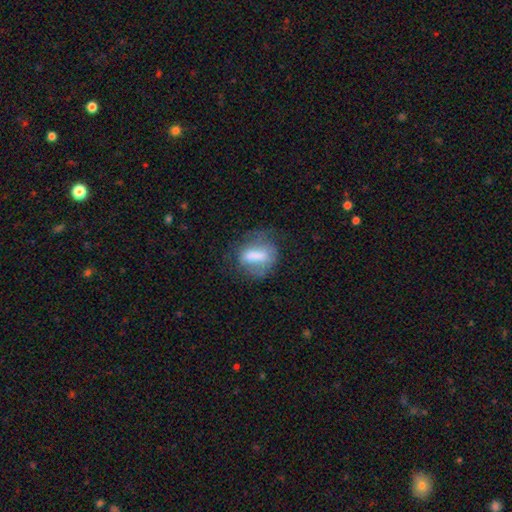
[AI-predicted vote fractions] Overall: smooth (58%; featured or disk 33%). How rounded: in between (67%). Merging: none (48%; minor disturbance 27%).